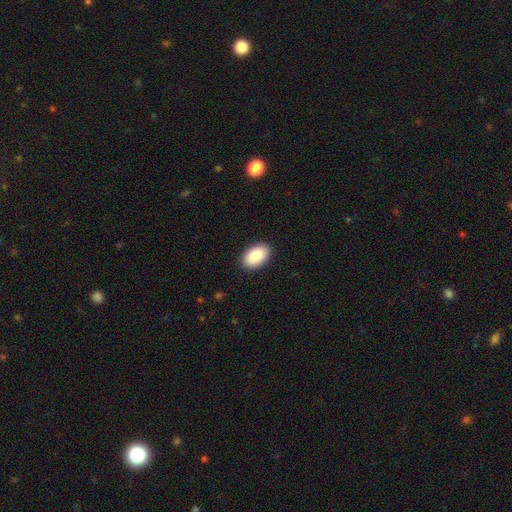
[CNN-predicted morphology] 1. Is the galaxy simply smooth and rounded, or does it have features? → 91% smooth, 6% star or artifact, 3% featured or disk.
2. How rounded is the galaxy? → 94% in between, 5% round, 1% cigar-shaped.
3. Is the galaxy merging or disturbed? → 90% none, 7% minor disturbance, 2% major disturbance, 1% merger.